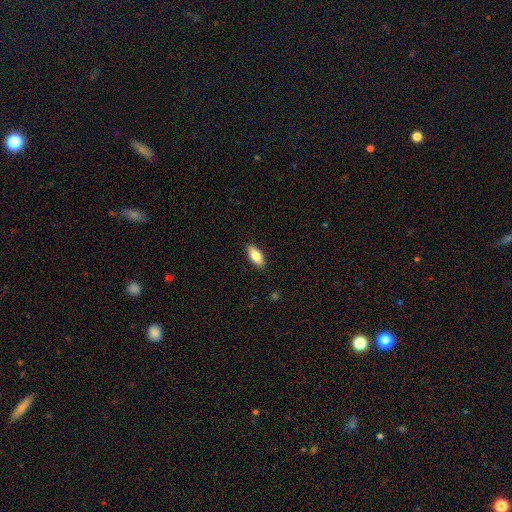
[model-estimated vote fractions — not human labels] Smooth or featured? Predicted: smooth (p=0.80). How rounded? Predicted: in between (p=0.87). Merging? Predicted: none (p=0.90).